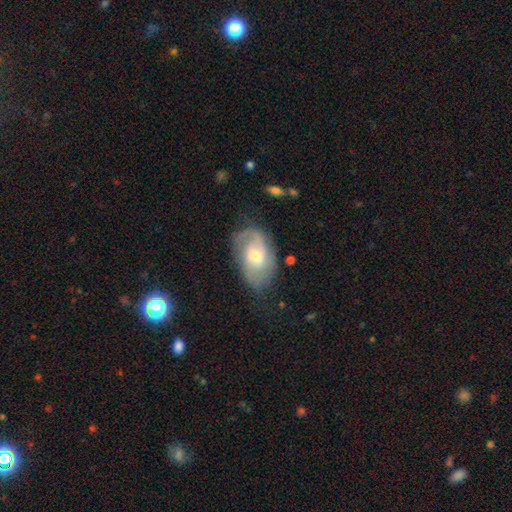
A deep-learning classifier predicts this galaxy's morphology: A featured or disk galaxy (69%) with no bar (54%), 2 (52%) medium (41%) spiral arms (87%) and a moderate central bulge (50%). Merging: none (64%).